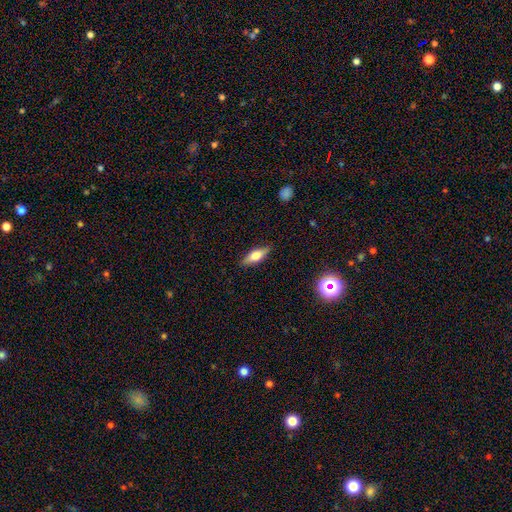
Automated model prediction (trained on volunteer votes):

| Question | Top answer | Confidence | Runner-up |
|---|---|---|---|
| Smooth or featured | smooth | 59% | featured or disk (33%) |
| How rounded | in between | 59% | cigar-shaped (38%) |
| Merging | none | 86% | minor disturbance (11%) |